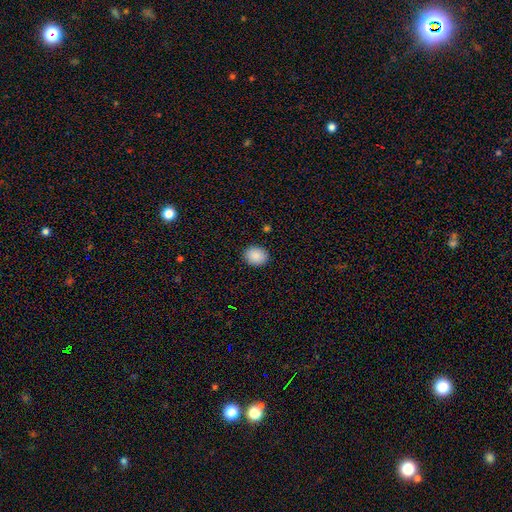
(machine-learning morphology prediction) A smooth galaxy with no disk features (89%) that is round (51%). Merging: none (90%).